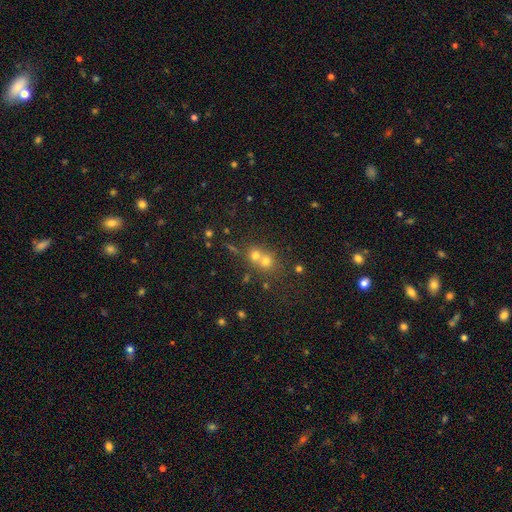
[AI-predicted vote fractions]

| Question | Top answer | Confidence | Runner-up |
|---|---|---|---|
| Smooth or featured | smooth | 51% | star or artifact (32%) |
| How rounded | round | 83% | in between (15%) |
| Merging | merger | 47% | none (43%) |